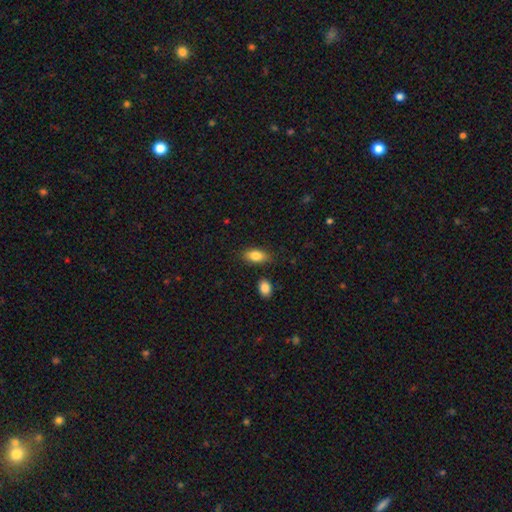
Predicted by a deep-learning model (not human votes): smooth 84%, featured or disk 9%, star or artifact 7%. Down the decision tree: how rounded — in between (89%); merging — none (82%).